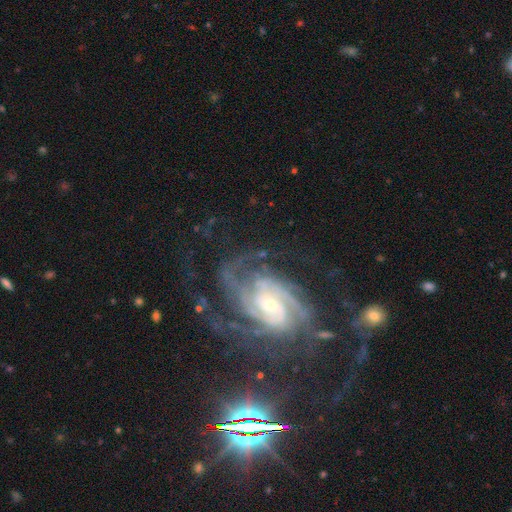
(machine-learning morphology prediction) This appears to be a featured or disk galaxy (86%) with no bar (45%), 2 (29%) tight (57%) spiral arms (98%) and a small central bulge (61%). Merging: none (62%).